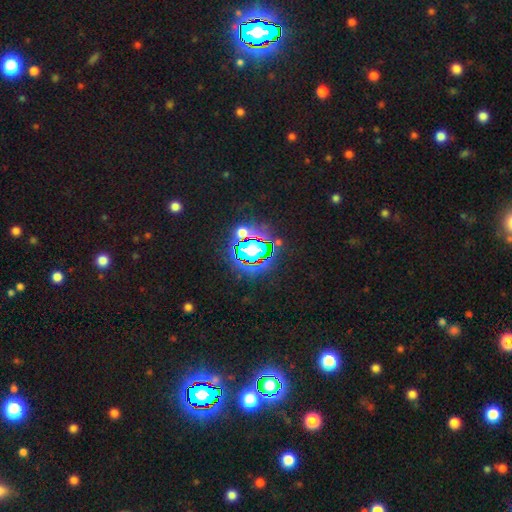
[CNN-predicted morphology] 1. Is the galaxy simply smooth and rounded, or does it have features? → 81% star or artifact, 11% smooth, 7% featured or disk.